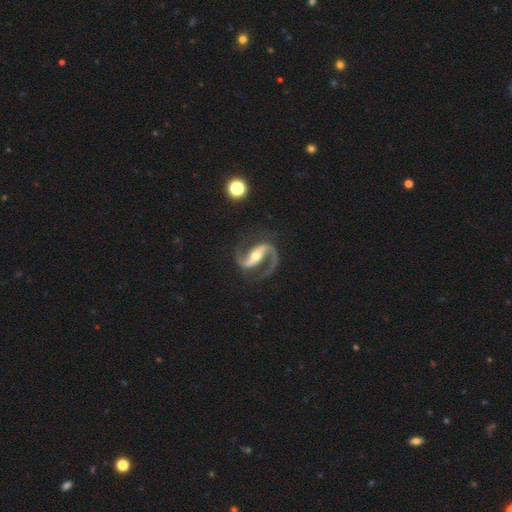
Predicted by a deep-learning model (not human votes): smooth-or-featured: featured or disk: 93% | star or artifact: 4% | smooth: 3%
  disk-edge-on: no: 97% | yes: 3%
    bar: strong: 62% | weak: 23% | no: 15%
    has-spiral-arms: yes: 98% | no: 2%
      spiral-winding: medium: 57% | loose: 29% | tight: 14%
      spiral-arm-count: 2: 93% | 1: 3% | can't tell: 1% | 3: 1% | 4: 1% | more than 4: 1%
    bulge-size: moderate: 64% | small: 29% | large: 5% | none: 1% | dominant: 1%
  merging: none: 79% | minor disturbance: 12% | major disturbance: 7% | merger: 2%